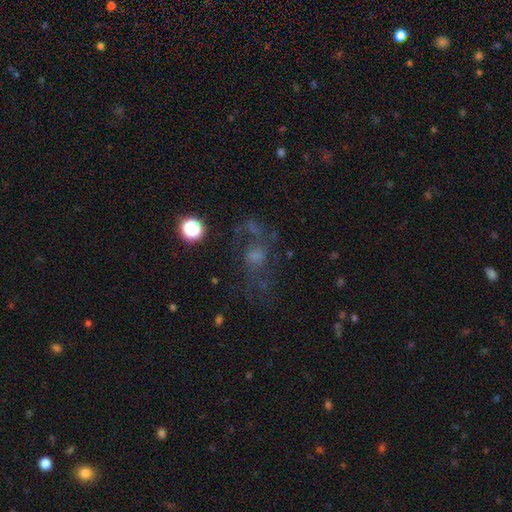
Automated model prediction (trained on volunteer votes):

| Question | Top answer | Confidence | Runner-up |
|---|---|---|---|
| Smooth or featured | featured or disk | 50% | smooth (27%) |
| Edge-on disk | no | 96% | yes (4%) |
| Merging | none | 47% | major disturbance (31%) |